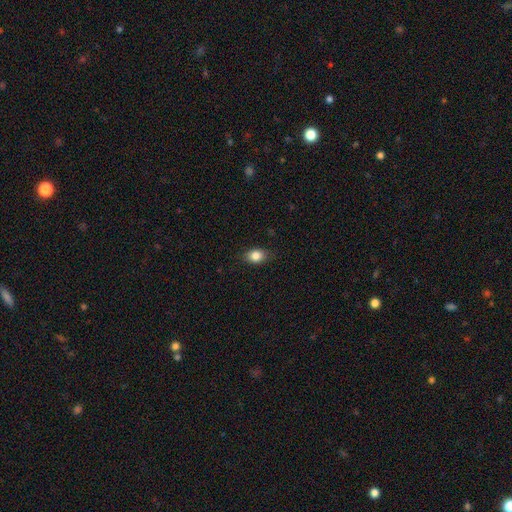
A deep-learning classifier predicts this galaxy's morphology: smooth_or_featured: smooth (p=0.84) [alt: star or artifact p=0.09]
how_rounded: in between (p=0.74) [alt: round p=0.24]
merging: none (p=0.85) [alt: minor disturbance p=0.12]